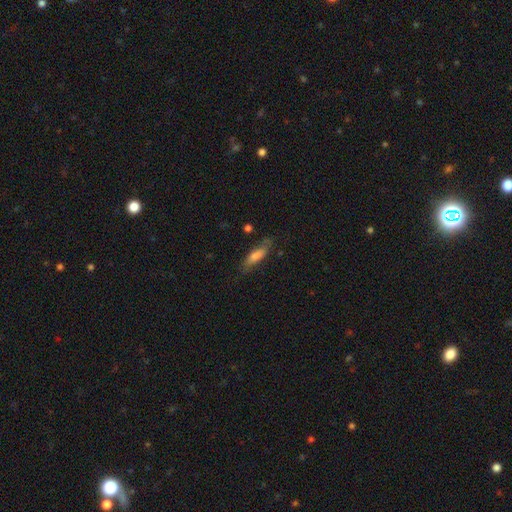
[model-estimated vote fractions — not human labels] Overall: smooth (69%). How rounded: cigar-shaped (58%; in between 40%). Merging: none (68%).